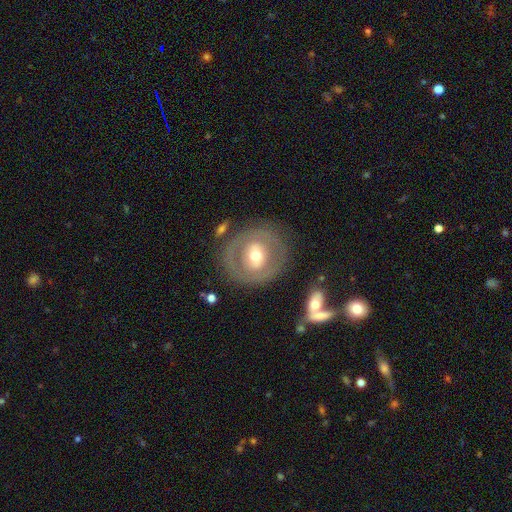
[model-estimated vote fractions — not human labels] The model was most divided on "smooth or featured": featured or disk: 55%, smooth: 39%, star or artifact: 6%. More confident: edge-on disk — no (94%); spiral arms — no (83%); merging — none (79%); bulge size — moderate (66%); bar — no (55%).